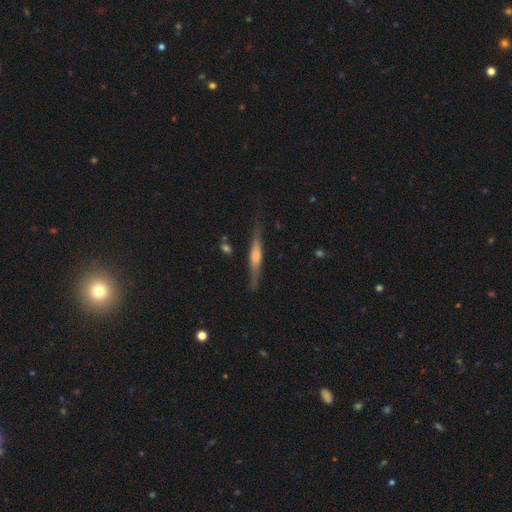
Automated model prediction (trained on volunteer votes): Morphology: type=featured or disk (63%); edge-on=yes (96%); edge-on bulge=rounded (52%); merging=none (81%).